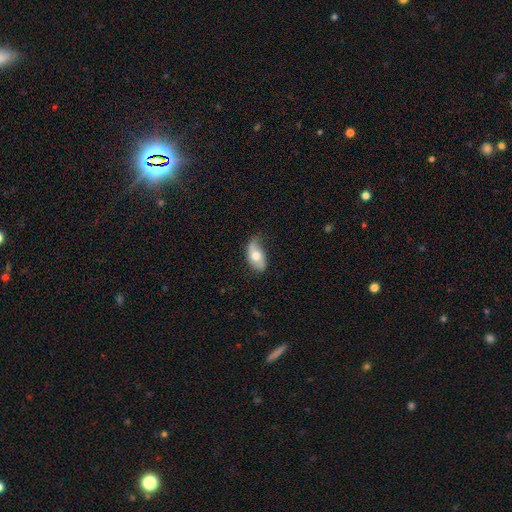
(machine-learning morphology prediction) Smooth or featured: smooth — 60% (featured or disk — 34%)
How rounded: in between — 91% (round — 5%)
Merging: none — 59% (minor disturbance — 31%)